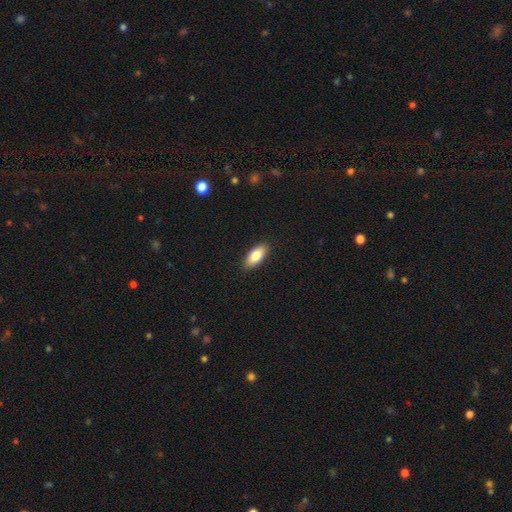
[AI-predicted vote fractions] The model was most divided on "smooth or featured": smooth: 82%, featured or disk: 12%, star or artifact: 6%. More confident: merging — none (89%); how rounded — in between (86%).